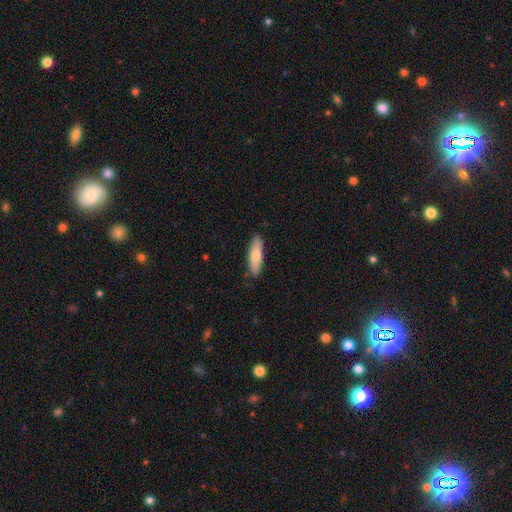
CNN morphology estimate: Smooth or featured?
  - smooth: 74% *
  - featured or disk: 21%
  - star or artifact: 5%
How rounded?
  - cigar-shaped: 62% *
  - in between: 36%
  - round: 2%
Merging?
  - none: 86% *
  - minor disturbance: 11%
  - major disturbance: 2%
  - merger: 1%